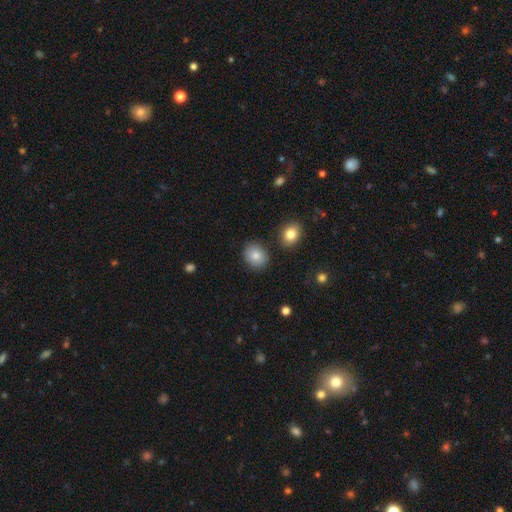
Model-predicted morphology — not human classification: Smooth or featured? Predicted: smooth (p=0.83). How rounded? Predicted: round (p=0.64). Merging? Predicted: none (p=0.86).